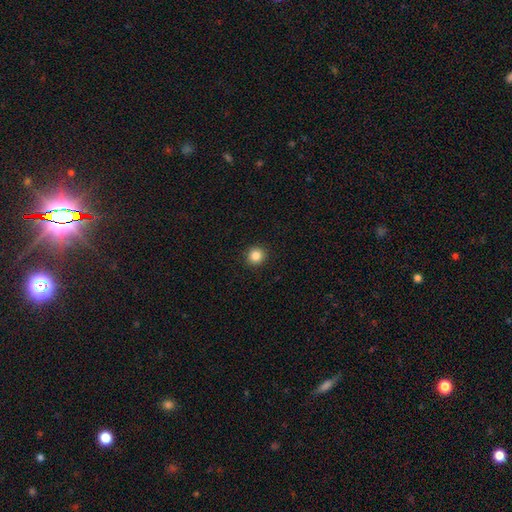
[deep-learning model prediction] Q: Smooth or featured?
A: smooth (85%); runner-up: star or artifact (11%)
Q: How rounded?
A: round (92%); runner-up: in between (7%)
Q: Merging?
A: none (93%); runner-up: minor disturbance (5%)